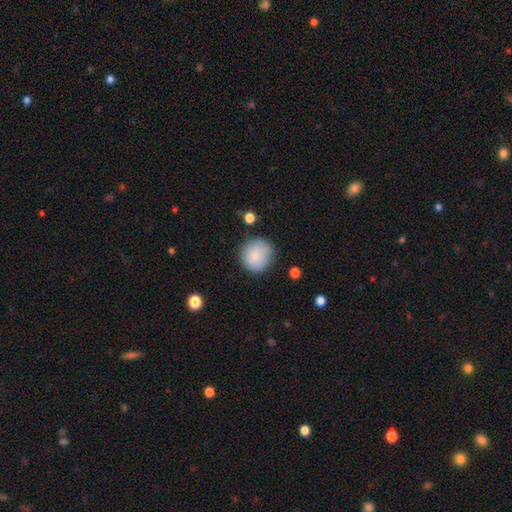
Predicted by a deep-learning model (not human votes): Q: Smooth or featured?
A: smooth (85%); runner-up: featured or disk (8%)
Q: How rounded?
A: round (91%); runner-up: in between (8%)
Q: Merging?
A: none (79%); runner-up: minor disturbance (14%)